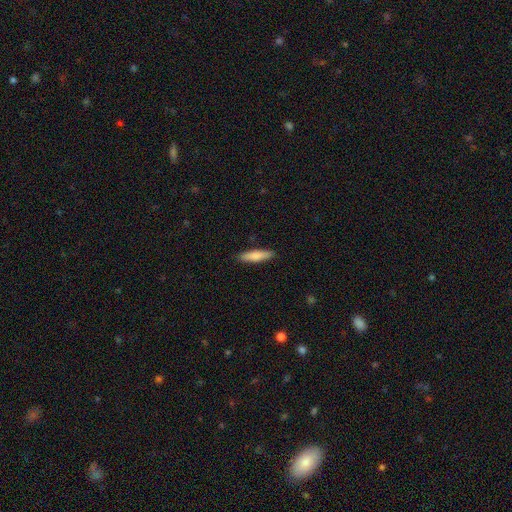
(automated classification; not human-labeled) smooth-or-featured: smooth: 78% | featured or disk: 16% | star or artifact: 5%
  how-rounded: cigar-shaped: 78% | in between: 21% | round: 2%
  merging: none: 90% | minor disturbance: 8% | major disturbance: 2% | merger: 1%